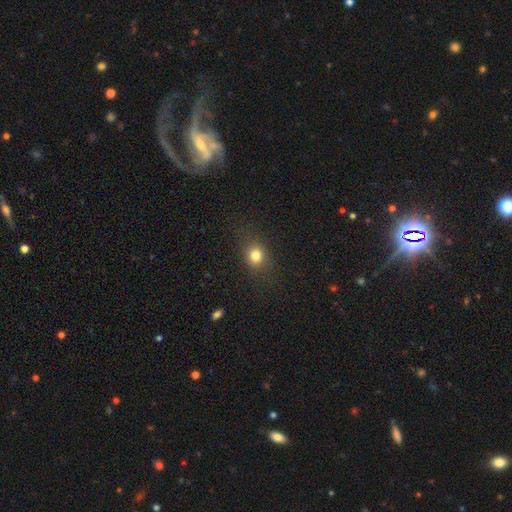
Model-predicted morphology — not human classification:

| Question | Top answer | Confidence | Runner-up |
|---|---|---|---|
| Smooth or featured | smooth | 80% | star or artifact (13%) |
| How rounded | round | 68% | in between (30%) |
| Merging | none | 83% | minor disturbance (11%) |